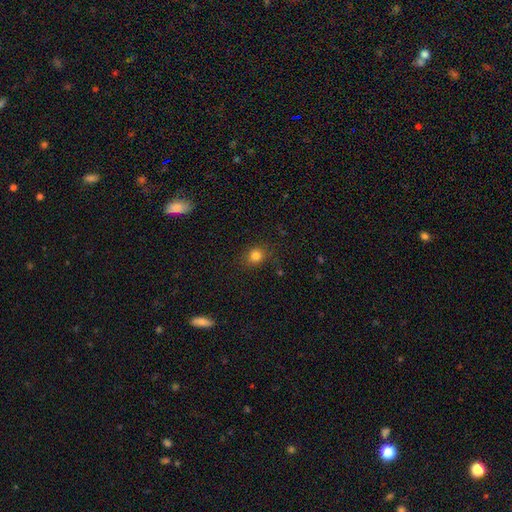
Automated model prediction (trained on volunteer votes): smooth 81%, star or artifact 13%, featured or disk 6%. Down the decision tree: how rounded — round (75%); merging — none (84%).